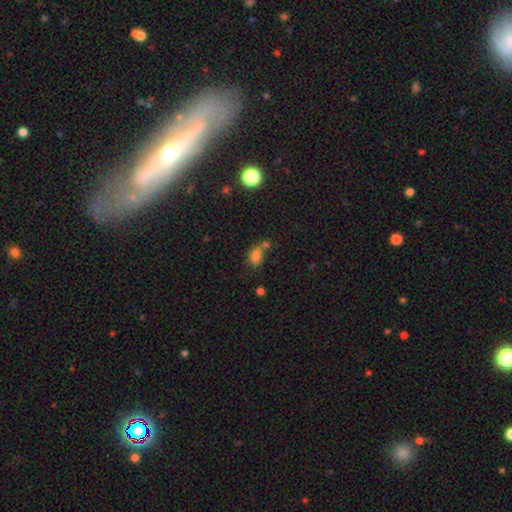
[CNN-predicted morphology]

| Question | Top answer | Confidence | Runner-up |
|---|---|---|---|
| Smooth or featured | smooth | 75% | star or artifact (16%) |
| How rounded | in between | 75% | round (22%) |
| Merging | merger | 43% | none (34%) |